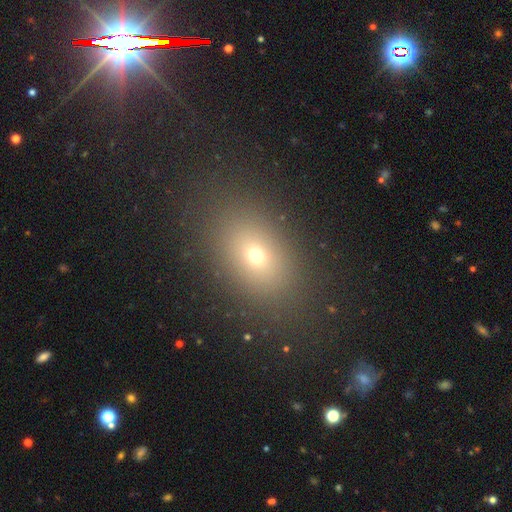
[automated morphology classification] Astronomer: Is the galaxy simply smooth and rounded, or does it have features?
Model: smooth — 66%.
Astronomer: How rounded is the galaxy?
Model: in between — 71%.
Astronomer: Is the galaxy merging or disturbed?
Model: none — 85%.